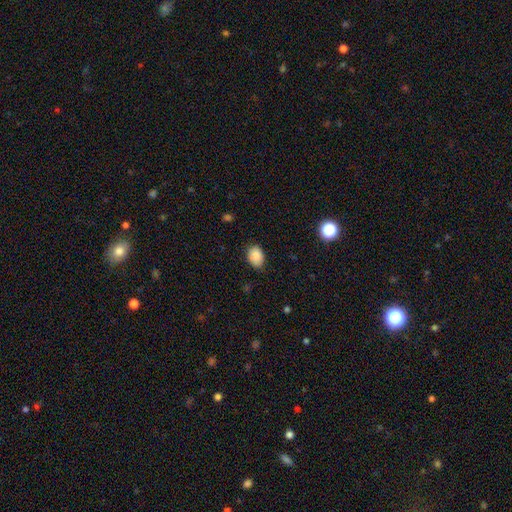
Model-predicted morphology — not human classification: The model was most divided on "how rounded": in between: 73%, round: 26%, cigar-shaped: 1%. More confident: smooth or featured — smooth (85%); merging — none (75%).